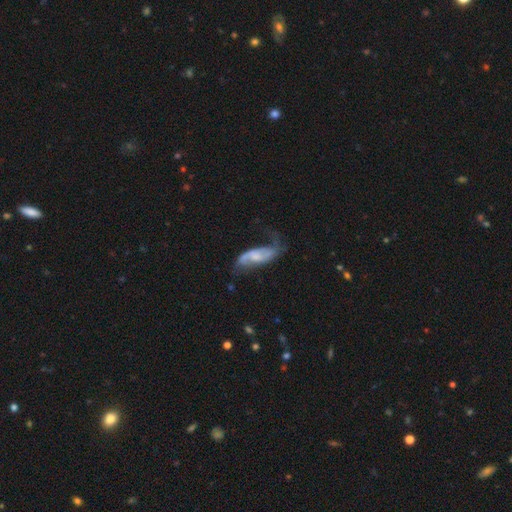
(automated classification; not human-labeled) smooth-or-featured: featured or disk: 68% | smooth: 25% | star or artifact: 7%
  disk-edge-on: no: 90% | yes: 10%
    bar: no: 49% | weak: 38% | strong: 13%
    has-spiral-arms: yes: 87% | no: 13%
      spiral-winding: loose: 63% | medium: 27% | tight: 10%
      spiral-arm-count: 2: 83% | can't tell: 8% | 1: 6% | 3: 1% | 4: 1% | more than 4: 1%
    bulge-size: small: 38% | moderate: 29% | none: 25% | large: 7% | dominant: 2%
  merging: none: 42% | major disturbance: 27% | minor disturbance: 27% | merger: 4%